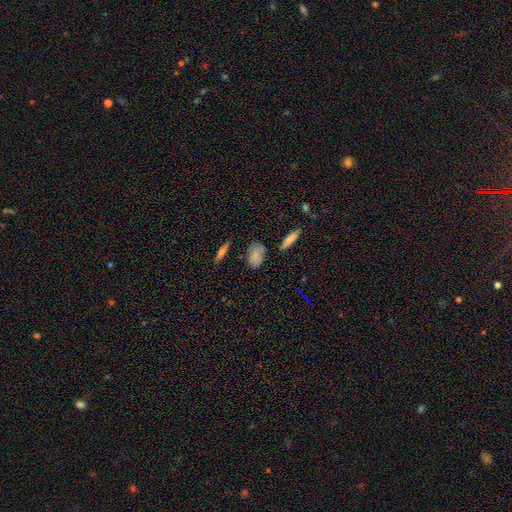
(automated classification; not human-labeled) Smooth or featured? smooth (75%)
How rounded? in between (80%)
Merging? none (70%)